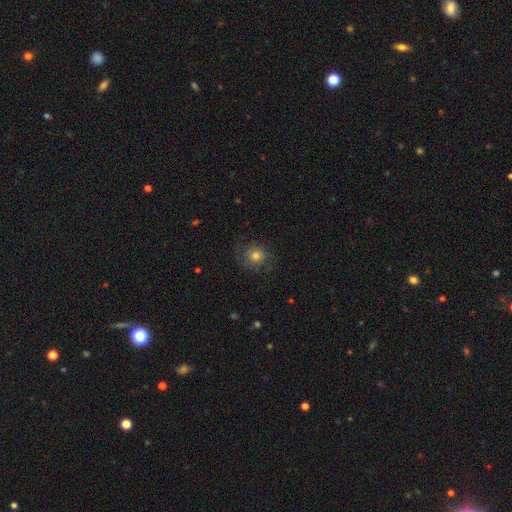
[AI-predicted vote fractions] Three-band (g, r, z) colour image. It shows a smooth galaxy with no disk features (63%) that is round (88%). Merging: none (72%).